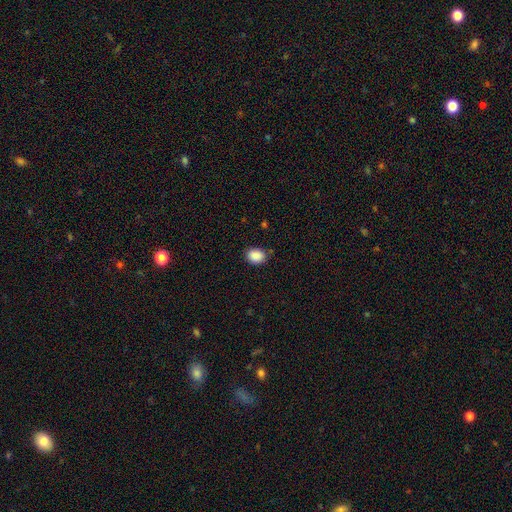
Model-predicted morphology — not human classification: A smooth galaxy with no disk features (88%) that is in between round and cigar-shaped (54%). Merging: none (83%).